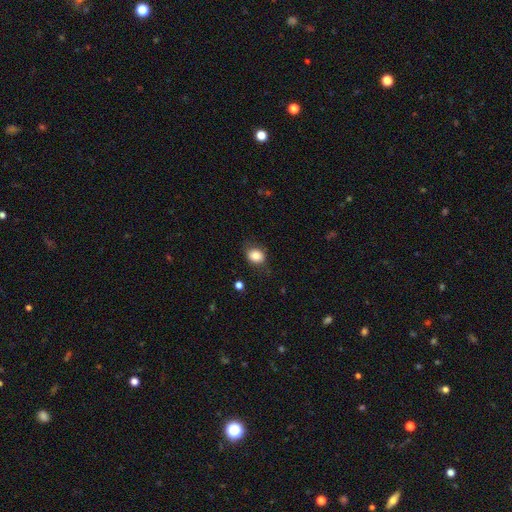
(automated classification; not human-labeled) smooth 82%, star or artifact 9%, featured or disk 8%. Down the decision tree: how rounded — round (50%); merging — none (77%).